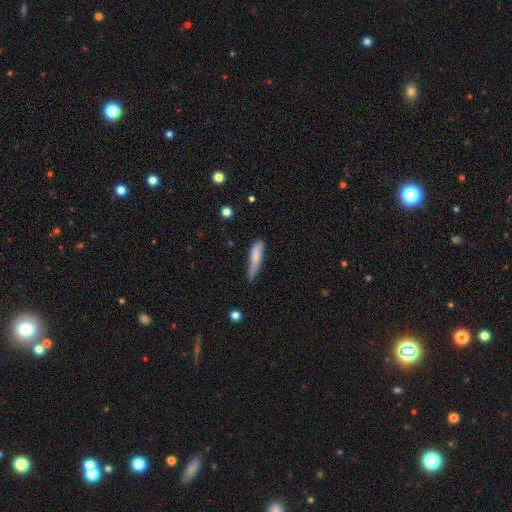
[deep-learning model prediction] smooth 76%, featured or disk 17%, star or artifact 6%. Down the decision tree: how rounded — cigar-shaped (78%); merging — none (44%).